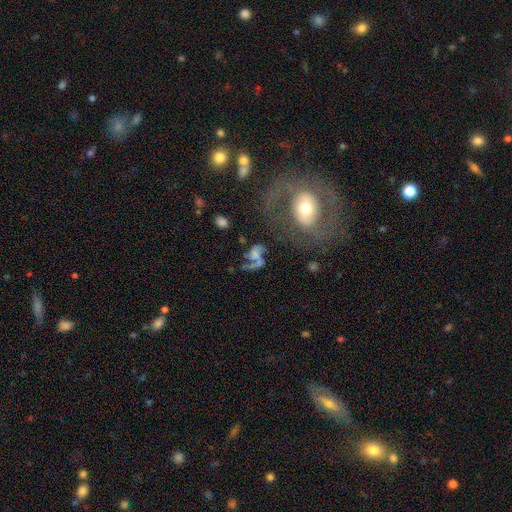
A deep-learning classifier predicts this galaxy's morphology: smooth-or-featured: featured or disk: 72% | smooth: 18% | star or artifact: 11%
  disk-edge-on: no: 97% | yes: 3%
    bar: no: 59% | weak: 31% | strong: 10%
    has-spiral-arms: yes: 86% | no: 14%
      spiral-winding: loose: 64% | medium: 28% | tight: 8%
      spiral-arm-count: 2: 77% | 1: 15% | can't tell: 4% | 3: 2% | 4: 1% | more than 4: 1%
    bulge-size: none: 35% | small: 28% | moderate: 26% | large: 8% | dominant: 3%
  merging: none: 34% | major disturbance: 30% | merger: 19% | minor disturbance: 17%